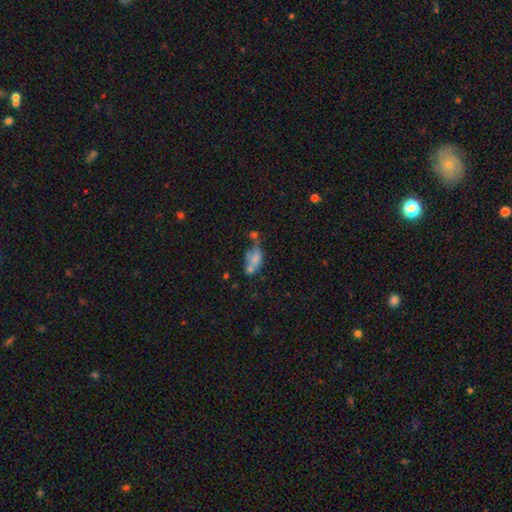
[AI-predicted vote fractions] Overall: smooth (52%; featured or disk 32%). How rounded: in between (81%). Merging: merger (37%; none 26%).